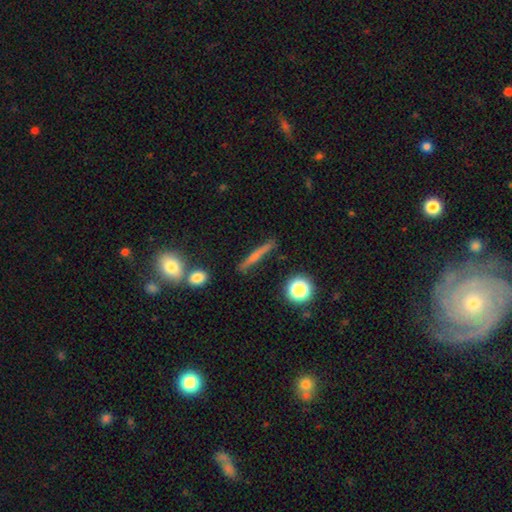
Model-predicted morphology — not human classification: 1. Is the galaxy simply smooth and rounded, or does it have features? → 47% smooth, 43% featured or disk, 10% star or artifact.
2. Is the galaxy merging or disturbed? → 84% none, 9% minor disturbance, 4% merger, 3% major disturbance.